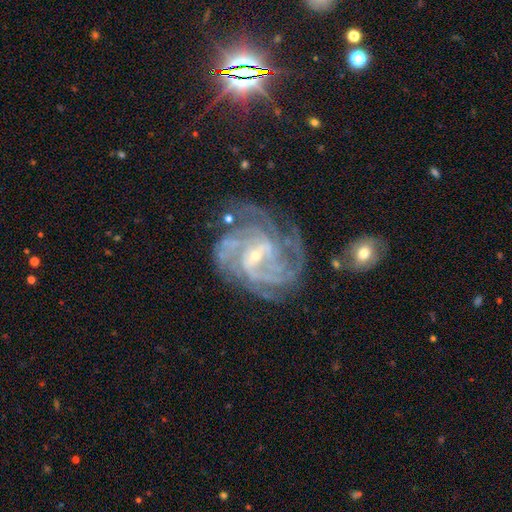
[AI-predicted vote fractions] This is clearly a featured or disk galaxy (90%). It is clearly not viewed edge-on (98%). Bar: possibly weak (50%). Spiral arm pattern: clearly yes (97%). Spiral arm count: marginally 4 (32%). Spiral winding: possibly tight (57%). Central bulge: likely small (78%). Merging: likely none (66%).